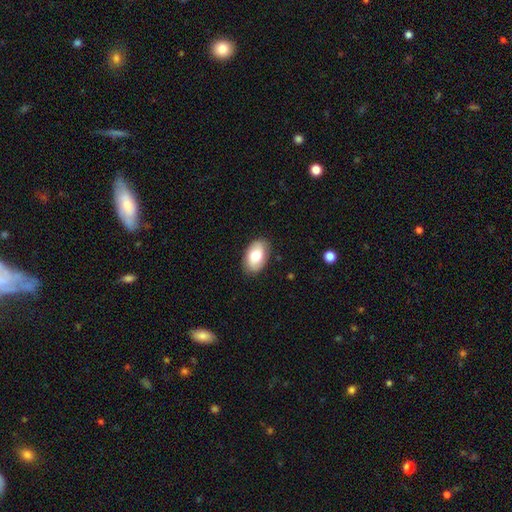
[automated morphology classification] Q: Smooth or featured?
A: smooth (74%); runner-up: featured or disk (20%)
Q: How rounded?
A: in between (92%); runner-up: round (6%)
Q: Merging?
A: none (85%); runner-up: minor disturbance (11%)